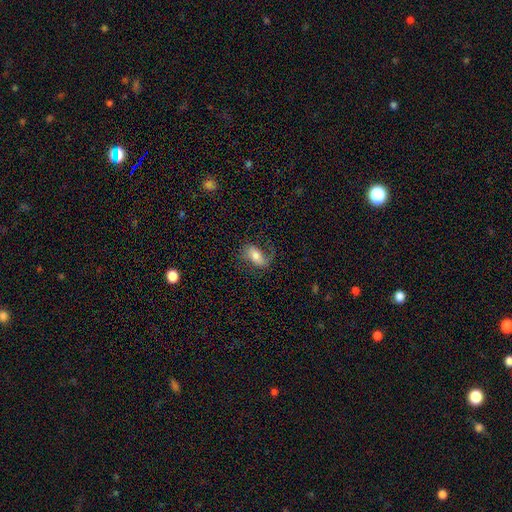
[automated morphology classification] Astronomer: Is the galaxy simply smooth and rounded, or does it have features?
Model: smooth — 47% (runner-up: featured or disk, 44%).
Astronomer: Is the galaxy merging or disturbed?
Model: none — 62%.